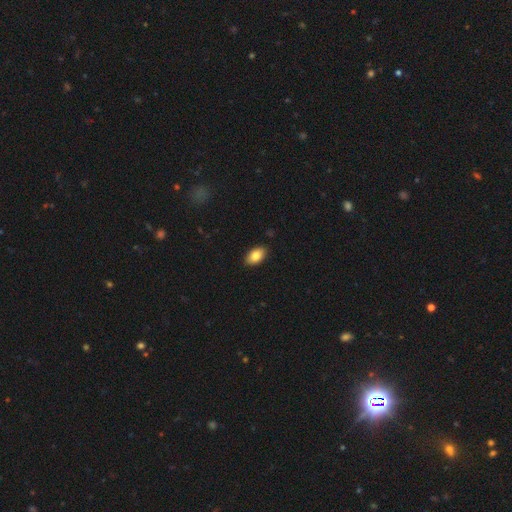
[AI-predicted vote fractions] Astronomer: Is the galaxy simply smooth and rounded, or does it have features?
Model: smooth — 85%.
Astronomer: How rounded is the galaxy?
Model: in between — 92%.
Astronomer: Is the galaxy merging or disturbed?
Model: none — 89%.